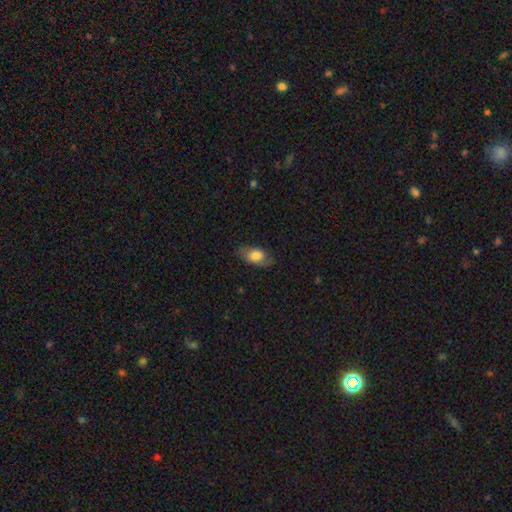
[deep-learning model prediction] smooth-or-featured: smooth: 73% | featured or disk: 20% | star or artifact: 7%
  how-rounded: in between: 90% | round: 7% | cigar-shaped: 4%
  merging: none: 75% | minor disturbance: 18% | major disturbance: 6% | merger: 1%